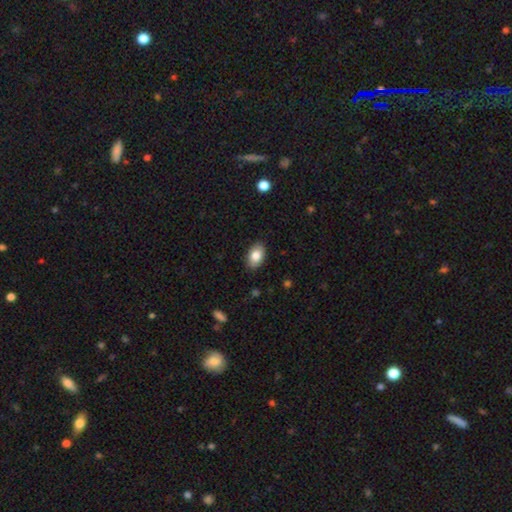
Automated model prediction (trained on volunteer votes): Q: Smooth or featured?
A: smooth (83%); runner-up: featured or disk (10%)
Q: How rounded?
A: in between (89%); runner-up: round (10%)
Q: Merging?
A: none (87%); runner-up: minor disturbance (10%)